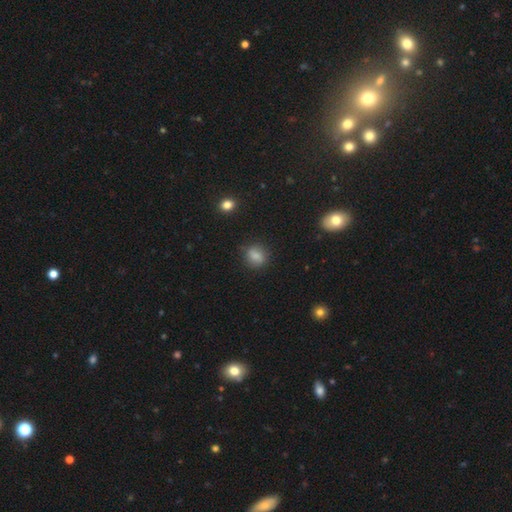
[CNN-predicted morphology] A smooth galaxy with no disk features (73%) that is round (70%). Merging: none (77%).